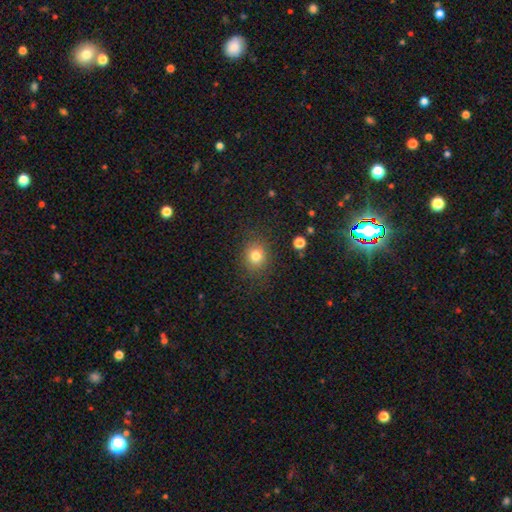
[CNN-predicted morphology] type=smooth (79%); roundness=round (75%); merging=none (85%).